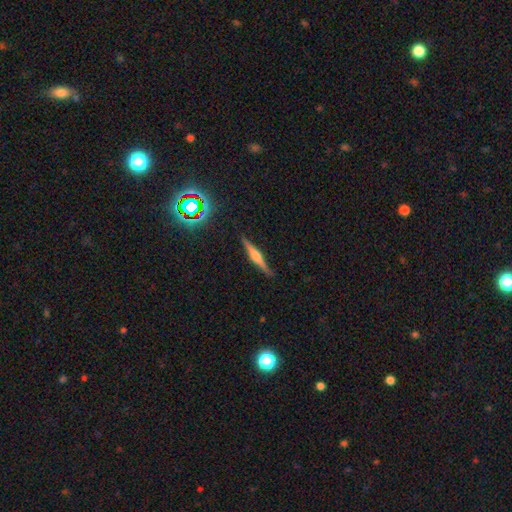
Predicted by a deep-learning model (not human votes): Smooth or featured?
  - featured or disk: 67% *
  - smooth: 25%
  - star or artifact: 9%
Edge-on disk?
  - yes: 98% *
  - no: 2%
Edge-on bulge?
  - rounded: 74% *
  - boxy: 18%
  - none: 8%
Merging?
  - none: 88% *
  - minor disturbance: 9%
  - major disturbance: 2%
  - merger: 1%